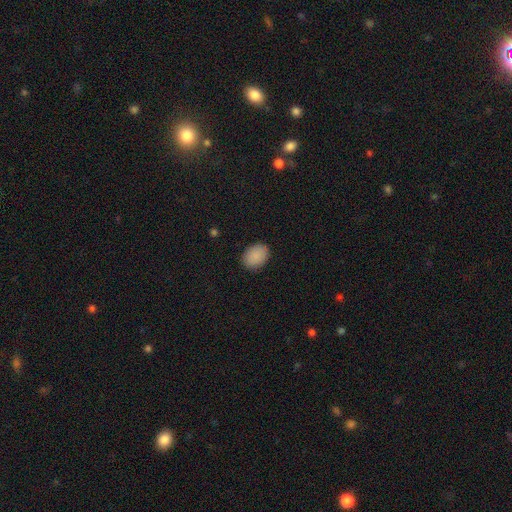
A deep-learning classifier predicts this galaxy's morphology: Smooth or featured? Predicted: smooth (p=0.89). How rounded? Predicted: in between (p=0.64). Merging? Predicted: none (p=0.88).